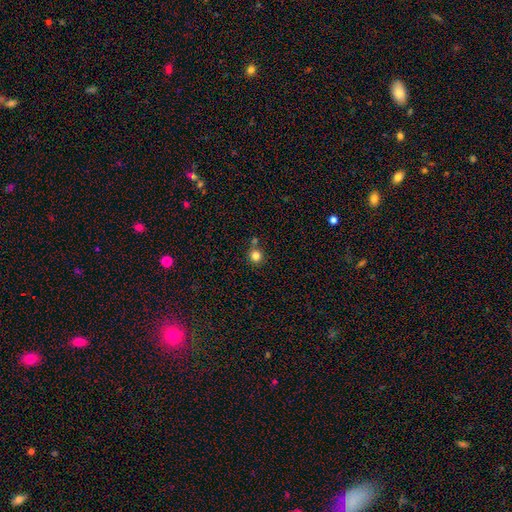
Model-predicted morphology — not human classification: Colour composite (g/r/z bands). It shows a smooth galaxy with no disk features (83%) that is round (91%). Merging: none (69%).